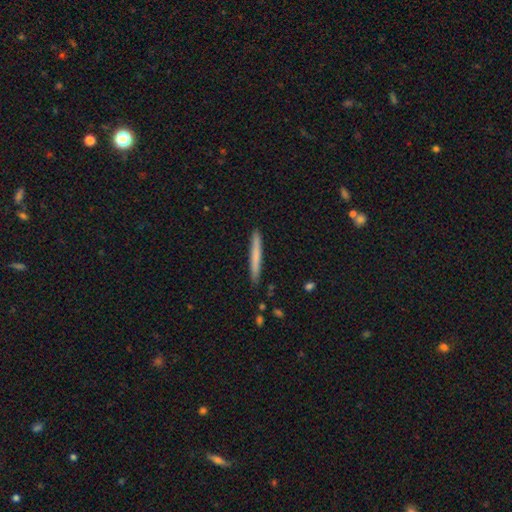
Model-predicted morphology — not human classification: The model was most divided on "smooth or featured": smooth: 69%, featured or disk: 25%, star or artifact: 6%. More confident: how rounded — cigar-shaped (97%); merging — none (90%).